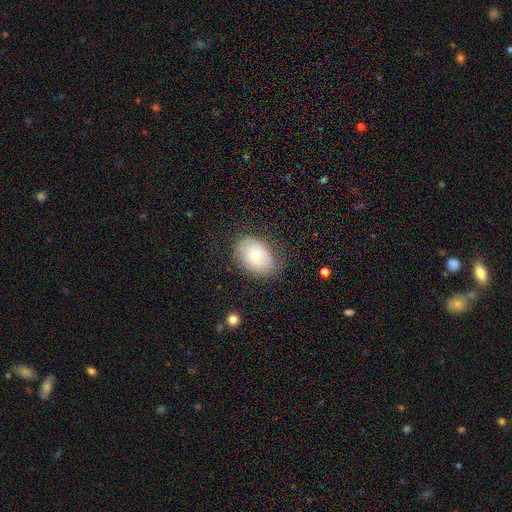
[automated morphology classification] Q: Smooth or featured?
A: smooth (70%); runner-up: featured or disk (21%)
Q: How rounded?
A: in between (80%); runner-up: round (19%)
Q: Merging?
A: none (76%); runner-up: minor disturbance (18%)